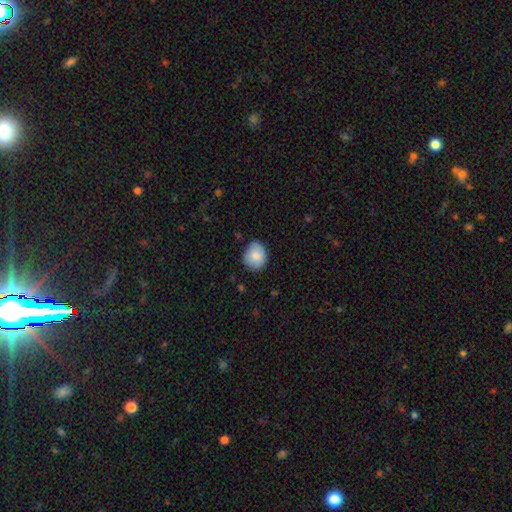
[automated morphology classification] smooth 85%, featured or disk 8%, star or artifact 7%. Down the decision tree: how rounded — round (65%); merging — none (78%).